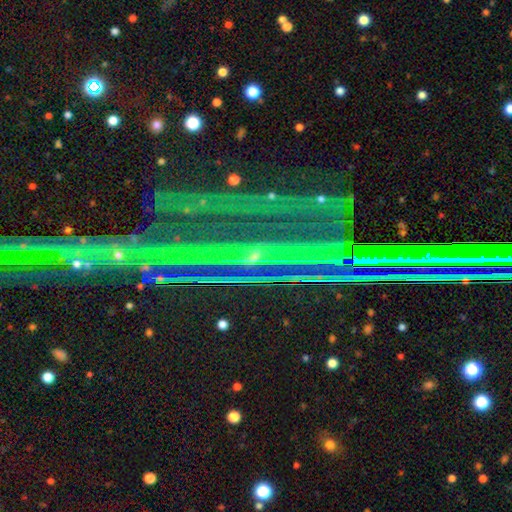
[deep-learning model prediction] Smooth or featured?
  - star or artifact: 67% *
  - featured or disk: 25%
  - smooth: 8%